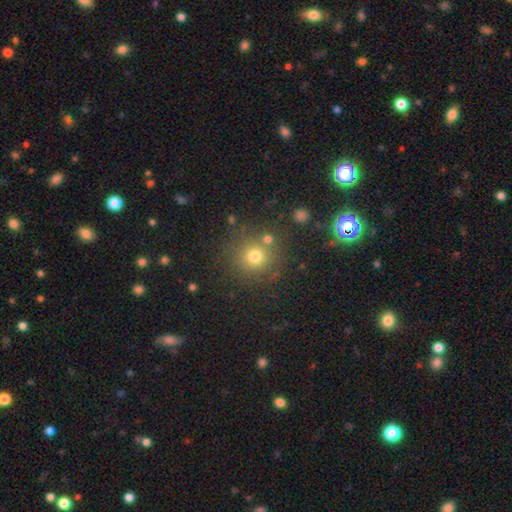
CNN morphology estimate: Smooth or featured? Predicted: smooth (p=0.70). How rounded? Predicted: round (p=0.94). Merging? Predicted: none (p=0.81).